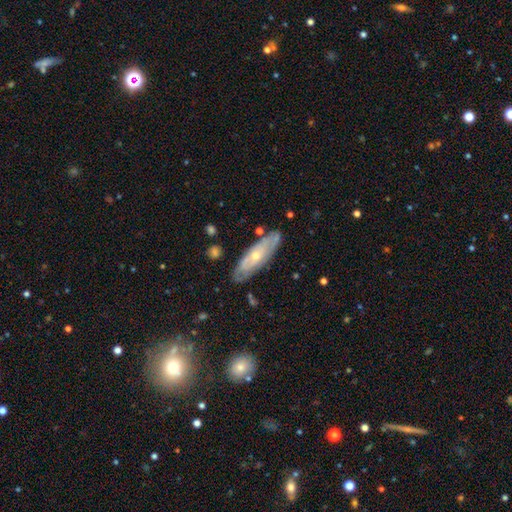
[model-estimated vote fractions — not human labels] Smooth or featured? Predicted: featured or disk (p=0.67). Edge-on disk? Predicted: no (p=0.68). Merging? Predicted: none (p=0.81).